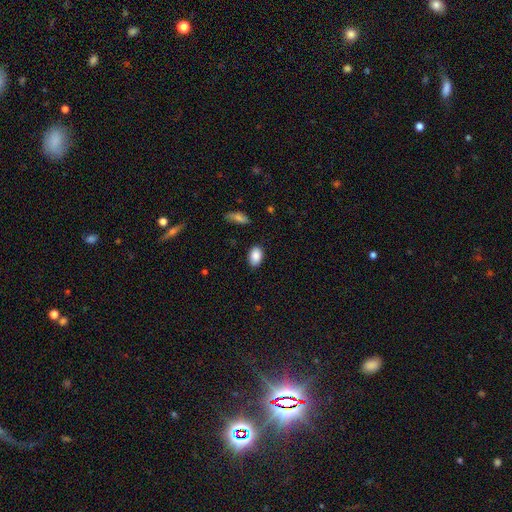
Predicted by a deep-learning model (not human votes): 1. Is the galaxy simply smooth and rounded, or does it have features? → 88% smooth, 7% star or artifact, 5% featured or disk.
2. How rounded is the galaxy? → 88% in between, 11% round, 1% cigar-shaped.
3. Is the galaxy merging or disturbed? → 84% none, 12% minor disturbance, 2% major disturbance, 1% merger.